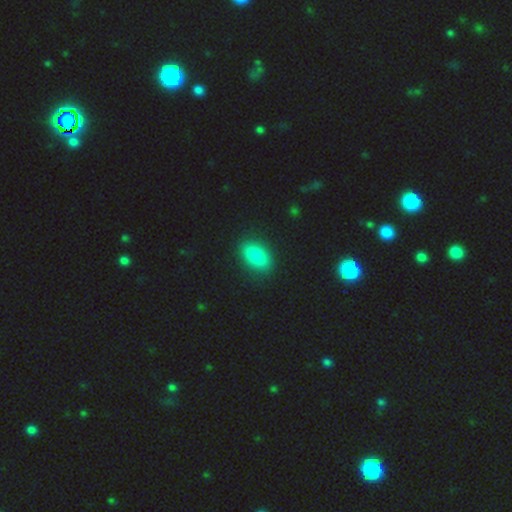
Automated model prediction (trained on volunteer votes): smooth-or-featured: smooth: 86% | star or artifact: 9% | featured or disk: 5%
  how-rounded: in between: 89% | cigar-shaped: 6% | round: 5%
  merging: none: 88% | minor disturbance: 8% | major disturbance: 2% | merger: 1%